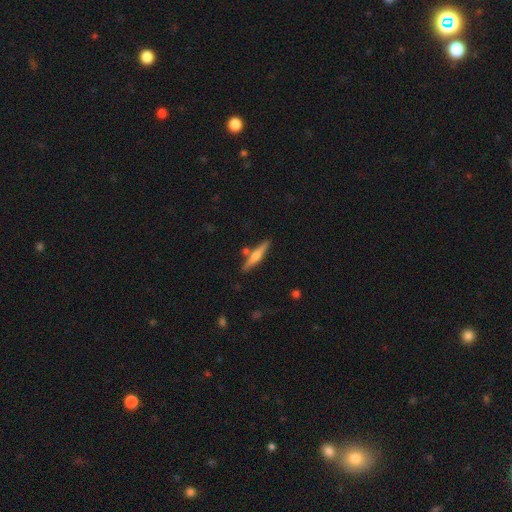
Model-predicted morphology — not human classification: Smooth or featured? Predicted: featured or disk (p=0.57). Edge-on disk? Predicted: yes (p=0.97). Edge-on bulge? Predicted: rounded (p=0.84). Merging? Predicted: none (p=0.83).